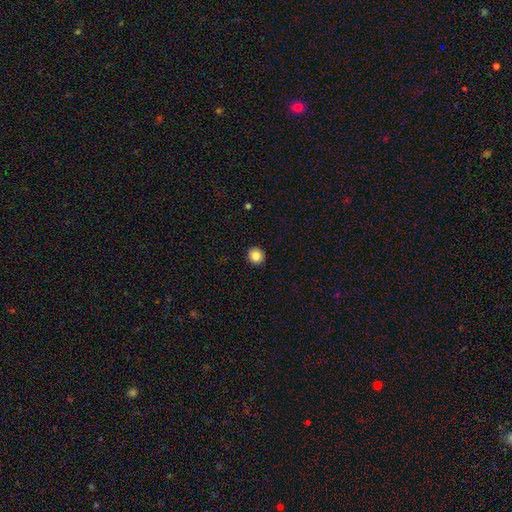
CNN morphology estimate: smooth-or-featured: smooth: 83% | star or artifact: 10% | featured or disk: 7%
  how-rounded: round: 91% | in between: 8% | cigar-shaped: 1%
  merging: none: 93% | minor disturbance: 5% | major disturbance: 1% | merger: 1%